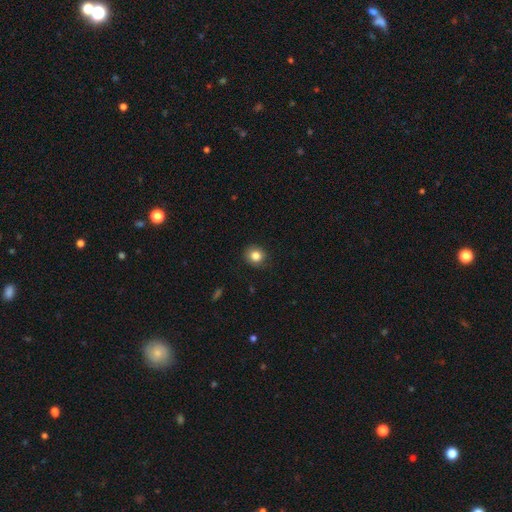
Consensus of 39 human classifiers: Smooth or featured? 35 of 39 (90%) said smooth. How rounded? 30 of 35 (86%) said round. Merging? 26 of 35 (74%) said none.